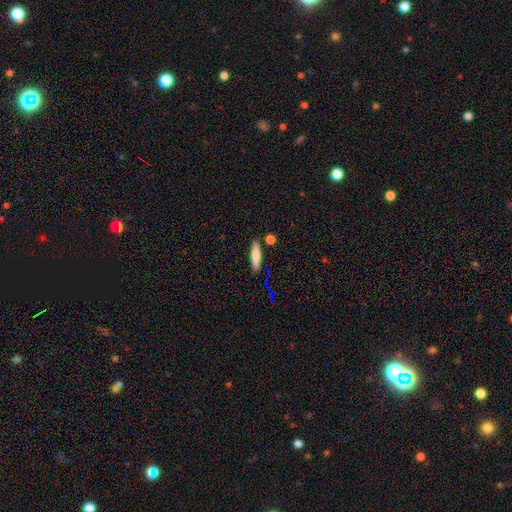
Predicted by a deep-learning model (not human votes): smooth 76%, featured or disk 18%, star or artifact 6%. Down the decision tree: how rounded — cigar-shaped (79%); merging — none (85%).